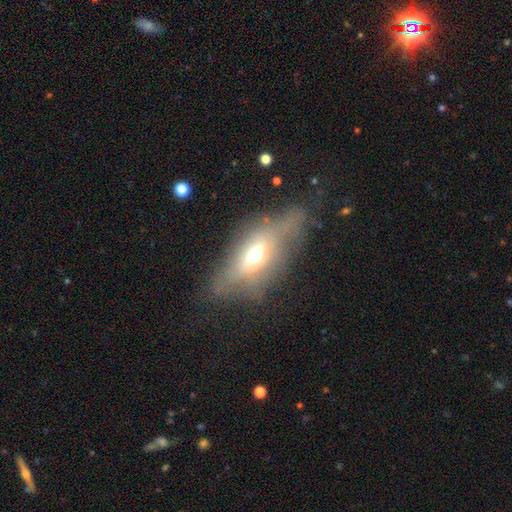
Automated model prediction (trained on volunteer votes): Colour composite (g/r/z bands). It shows a featured or disk galaxy (47%). Merging: none (44%).